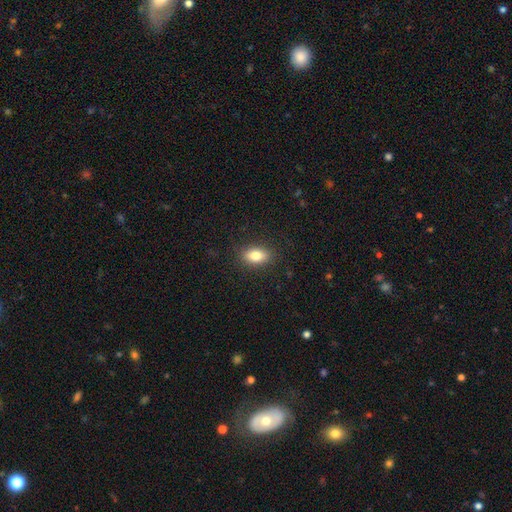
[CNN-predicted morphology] smooth_or_featured: smooth (p=0.81) [alt: featured or disk p=0.10]
how_rounded: in between (p=0.86) [alt: round p=0.10]
merging: none (p=0.87) [alt: minor disturbance p=0.09]